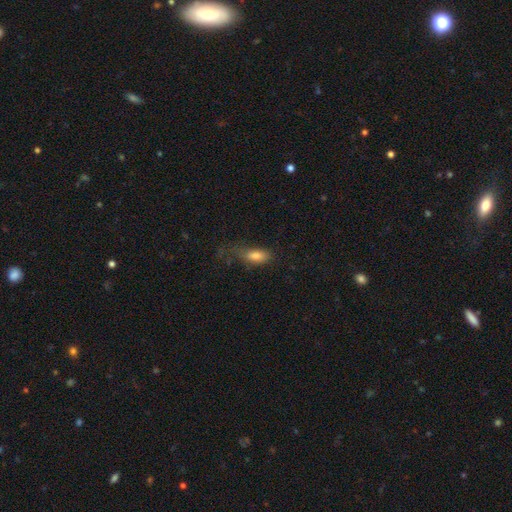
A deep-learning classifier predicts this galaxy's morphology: A smooth galaxy with no disk features (77%) that is in between round and cigar-shaped (80%). Merging: none (37%).